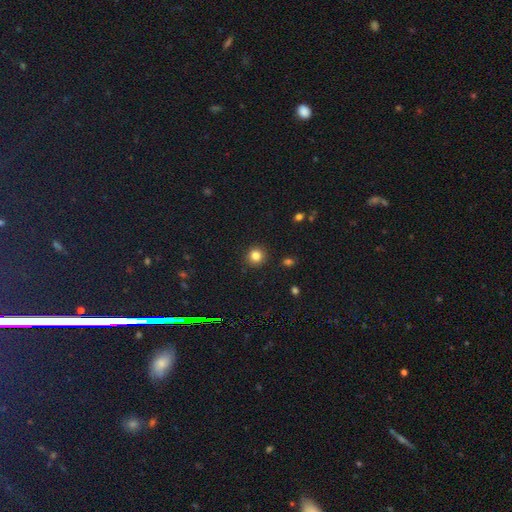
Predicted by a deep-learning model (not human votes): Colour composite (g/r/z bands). It shows a smooth galaxy with no disk features (83%) that is round (91%). Merging: none (90%).